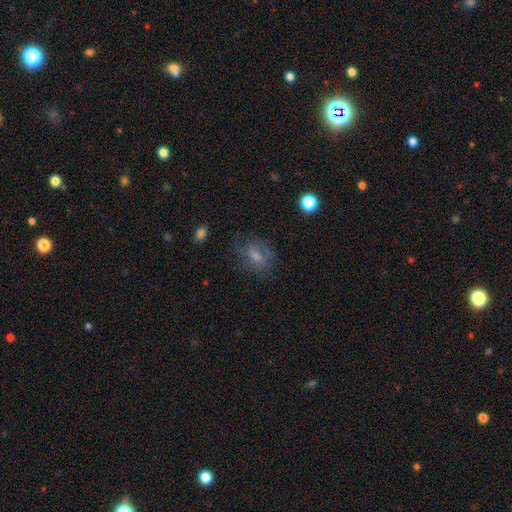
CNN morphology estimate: Q: Smooth or featured?
A: smooth (50%); runner-up: featured or disk (32%)
Q: Merging?
A: none (69%); runner-up: minor disturbance (19%)